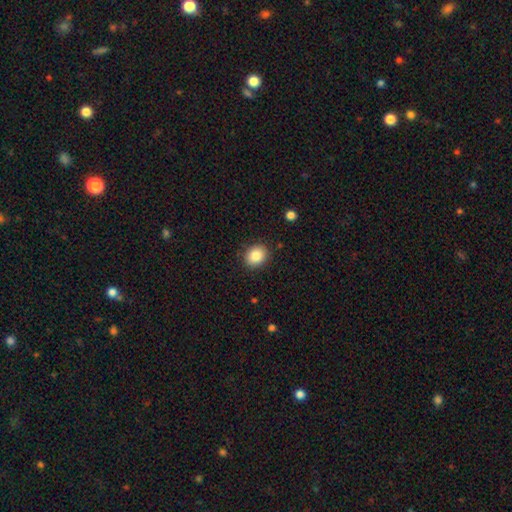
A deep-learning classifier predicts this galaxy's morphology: Overall: smooth (85%). How rounded: round (55%; in between 44%). Merging: none (88%).